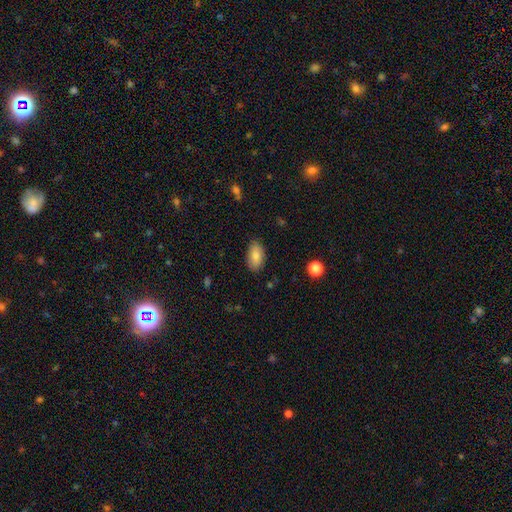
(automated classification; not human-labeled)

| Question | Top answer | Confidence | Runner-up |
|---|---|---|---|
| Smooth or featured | smooth | 82% | featured or disk (11%) |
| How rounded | in between | 93% | round (5%) |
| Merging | none | 85% | minor disturbance (11%) |